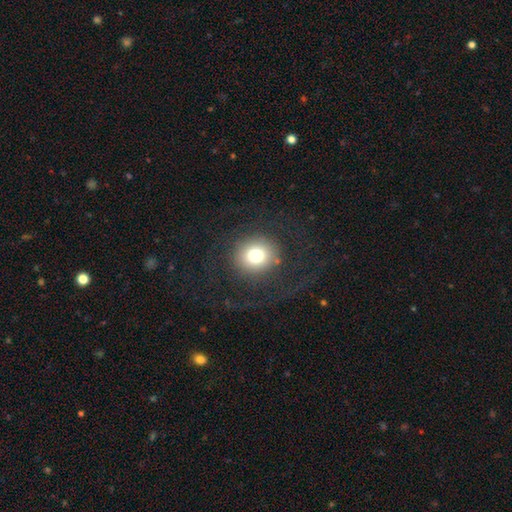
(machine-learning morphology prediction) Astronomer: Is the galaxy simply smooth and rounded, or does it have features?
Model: smooth — 74%.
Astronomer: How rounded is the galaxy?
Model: round — 87%.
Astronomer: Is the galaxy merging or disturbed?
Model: none — 78%.